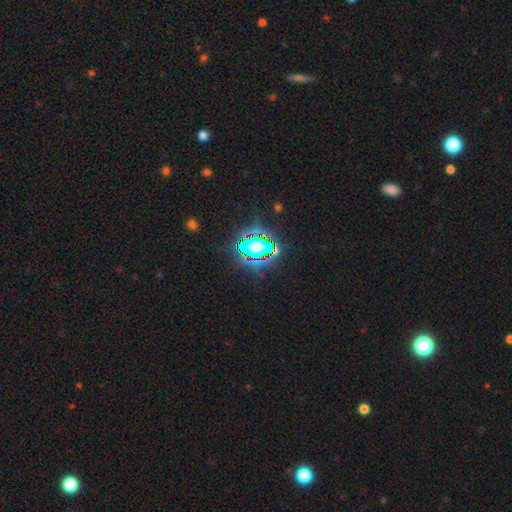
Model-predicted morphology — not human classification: Smooth or featured?
  - star or artifact: 63% *
  - smooth: 25%
  - featured or disk: 13%